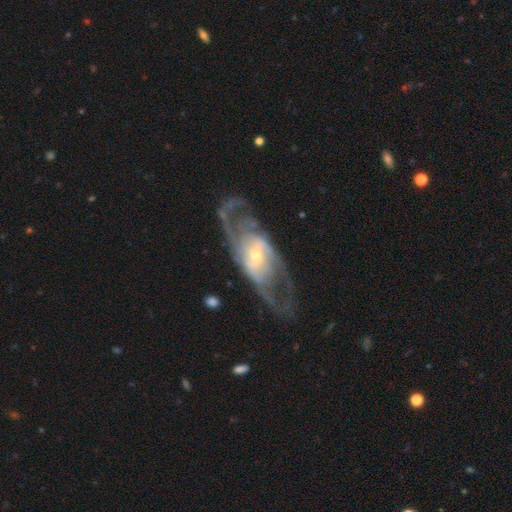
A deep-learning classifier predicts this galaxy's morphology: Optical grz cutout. It shows a featured or disk galaxy (87%) with no bar (43%), 2 (66%) medium (46%) spiral arms (91%) and a small central bulge (60%). Merging: none (68%).